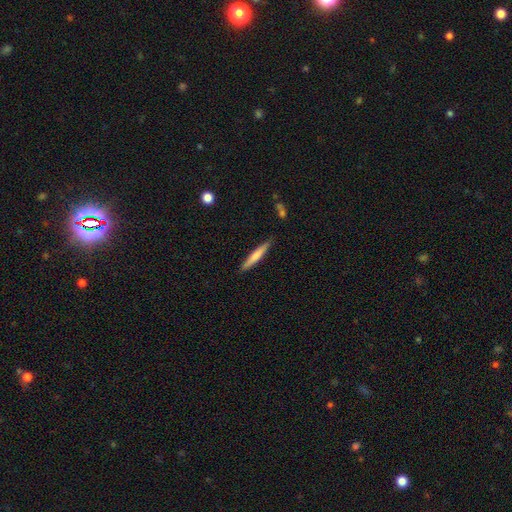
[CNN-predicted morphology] Smooth or featured?
  - smooth: 68% *
  - featured or disk: 27%
  - star or artifact: 5%
How rounded?
  - cigar-shaped: 94% *
  - in between: 5%
  - round: 1%
Merging?
  - none: 89% *
  - minor disturbance: 8%
  - major disturbance: 2%
  - merger: 1%